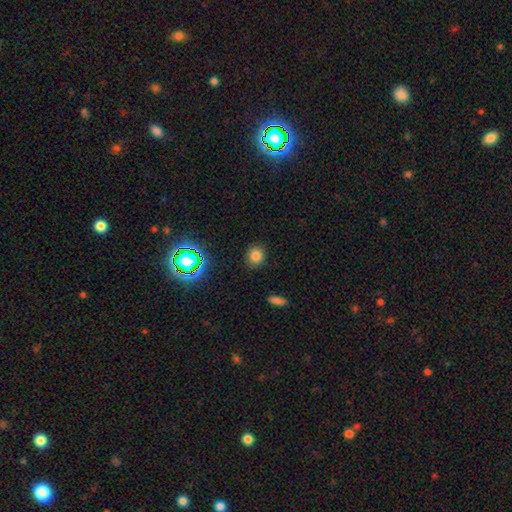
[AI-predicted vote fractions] Overall: smooth (78%). How rounded: round (75%). Merging: none (88%).